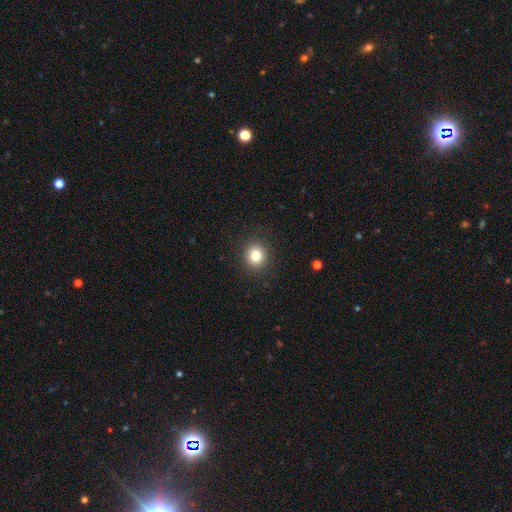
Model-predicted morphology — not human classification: smooth 82%, star or artifact 11%, featured or disk 7%. Down the decision tree: how rounded — round (86%); merging — none (90%).